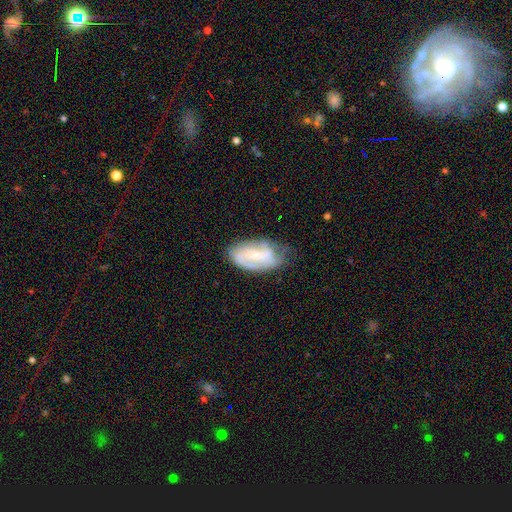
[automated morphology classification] Smooth or featured: featured or disk — 62% (smooth — 31%)
Edge-on disk: no — 95% (yes — 5%)
Bar: weak — 45% (no — 30%)
Spiral arms: yes — 76% (no — 24%)
Bulge size: small — 45% (moderate — 30%)
Merging: none — 53% (minor disturbance — 32%)